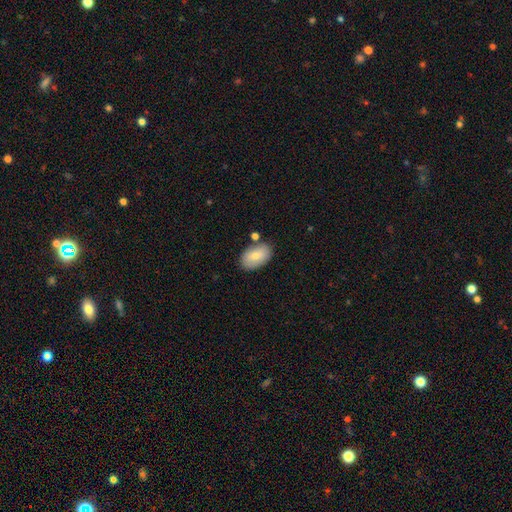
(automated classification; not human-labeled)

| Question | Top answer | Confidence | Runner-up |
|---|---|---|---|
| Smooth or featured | smooth | 78% | featured or disk (16%) |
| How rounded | in between | 92% | round (7%) |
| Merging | none | 77% | minor disturbance (14%) |